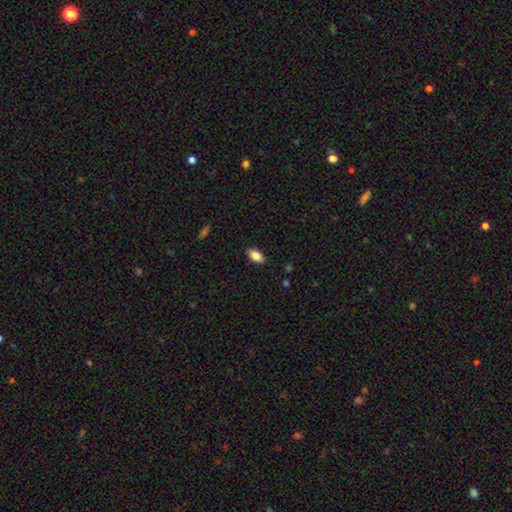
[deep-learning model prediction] smooth-or-featured: smooth: 86% | star or artifact: 7% | featured or disk: 7%
  how-rounded: in between: 92% | round: 5% | cigar-shaped: 2%
  merging: none: 88% | minor disturbance: 9% | major disturbance: 2% | merger: 1%